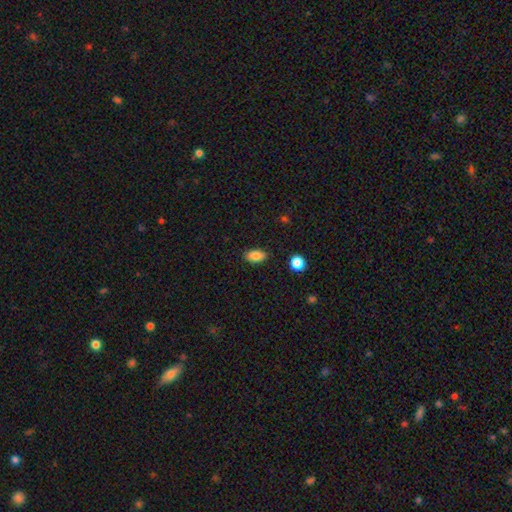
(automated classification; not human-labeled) smooth_or_featured: smooth (p=0.85) [alt: star or artifact p=0.09]
how_rounded: in between (p=0.90) [alt: round p=0.07]
merging: none (p=0.86) [alt: minor disturbance p=0.10]